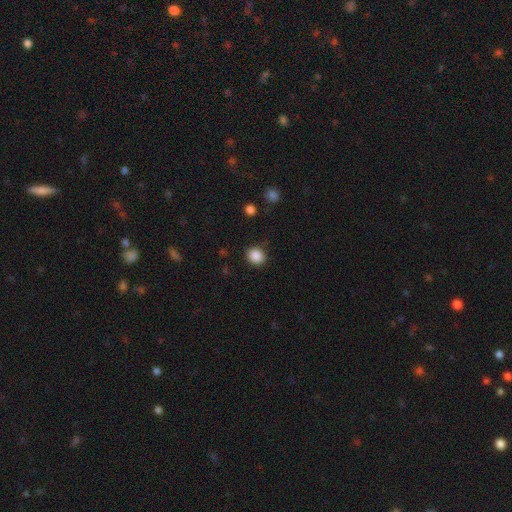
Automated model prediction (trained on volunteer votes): smooth 88%, star or artifact 9%, featured or disk 3%. Down the decision tree: how rounded — round (72%); merging — none (87%).